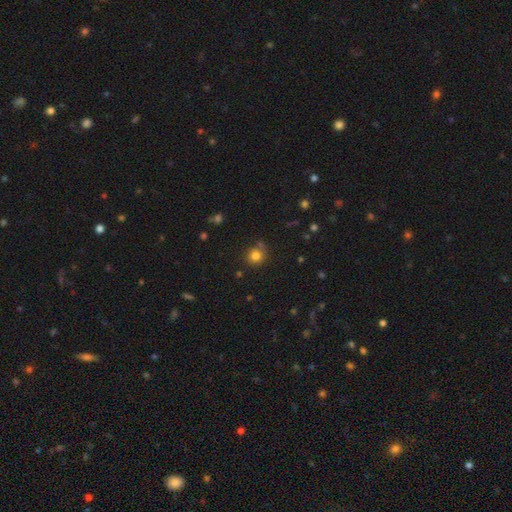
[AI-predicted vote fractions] Q: Smooth or featured?
A: smooth (80%); runner-up: star or artifact (14%)
Q: How rounded?
A: round (90%); runner-up: in between (9%)
Q: Merging?
A: none (75%); runner-up: minor disturbance (12%)